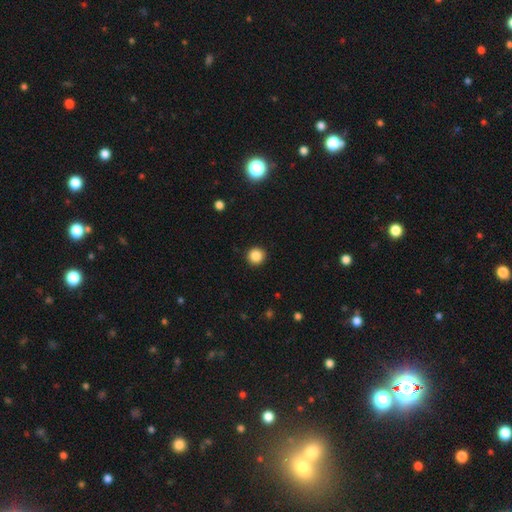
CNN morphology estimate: This appears to be a smooth galaxy with no disk features (87%) that is round (95%). Merging: none (92%).